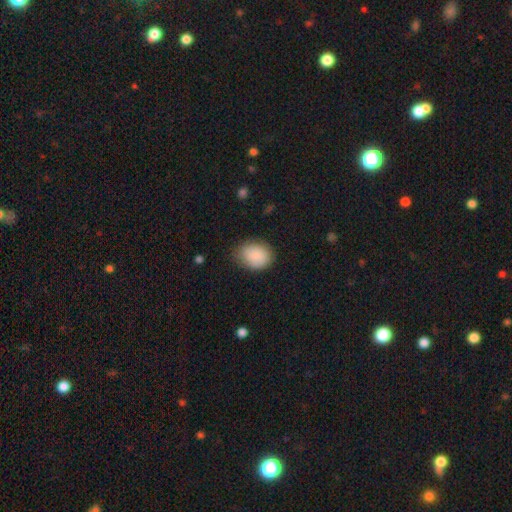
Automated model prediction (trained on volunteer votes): Smooth or featured? Predicted: smooth (p=0.88). How rounded? Predicted: in between (p=0.62). Merging? Predicted: none (p=0.72).